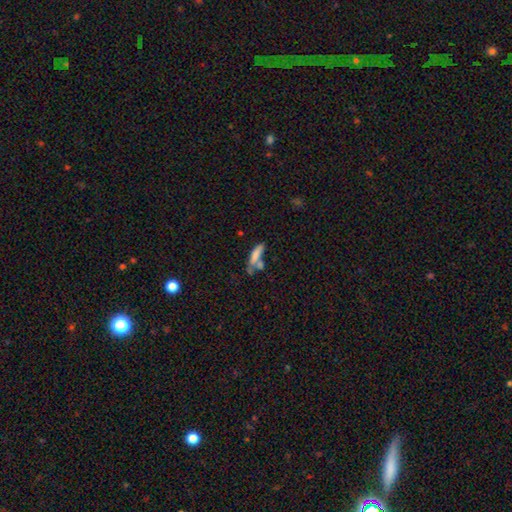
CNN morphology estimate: Smooth or featured?
  - smooth: 71% *
  - featured or disk: 20%
  - star or artifact: 10%
How rounded?
  - cigar-shaped: 59% *
  - in between: 38%
  - round: 3%
Merging?
  - none: 38% *
  - merger: 34%
  - minor disturbance: 18%
  - major disturbance: 11%